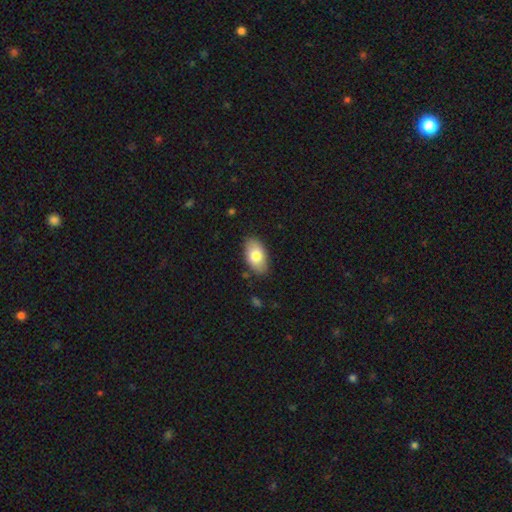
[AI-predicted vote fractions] Smooth or featured: smooth — 80% (featured or disk — 13%)
How rounded: in between — 94% (round — 4%)
Merging: none — 84% (minor disturbance — 12%)